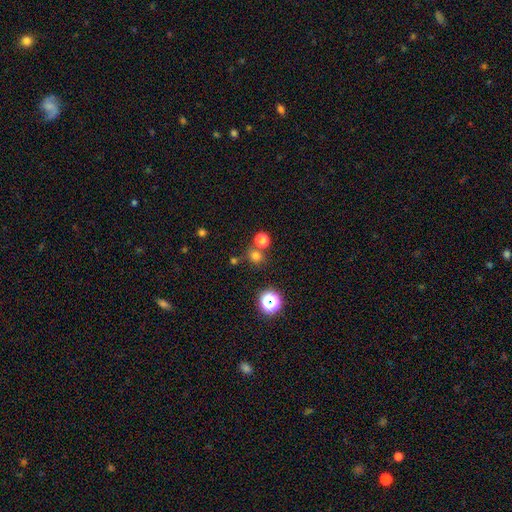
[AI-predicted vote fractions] smooth_or_featured: smooth (p=0.70) [alt: star or artifact p=0.23]
how_rounded: round (p=0.84) [alt: in between p=0.15]
merging: none (p=0.70) [alt: merger p=0.17]